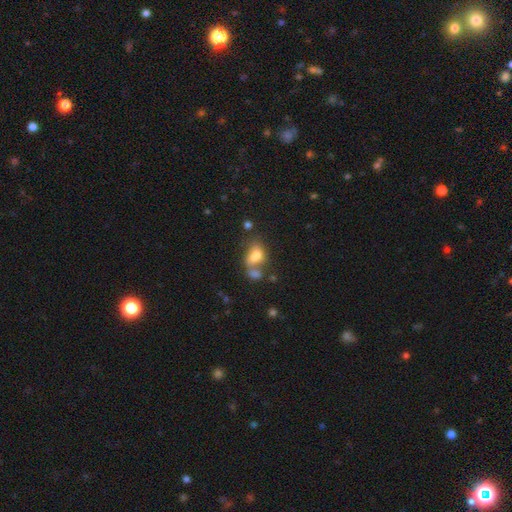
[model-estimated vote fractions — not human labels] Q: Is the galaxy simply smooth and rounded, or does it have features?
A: smooth — 74%.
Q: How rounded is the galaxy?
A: in between — 80%.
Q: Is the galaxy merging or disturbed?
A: merger — 46%.